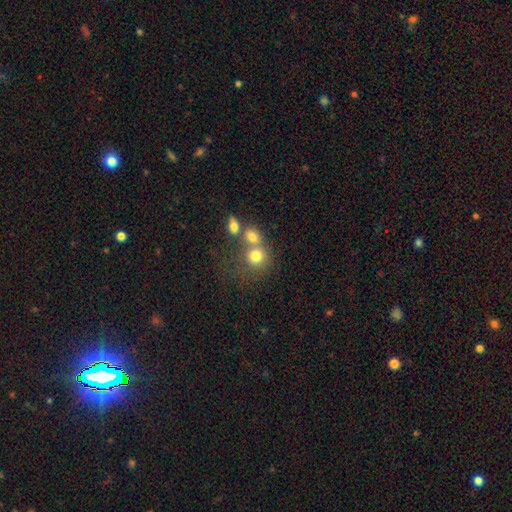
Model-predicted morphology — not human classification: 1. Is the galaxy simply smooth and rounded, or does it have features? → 75% smooth, 13% star or artifact, 12% featured or disk.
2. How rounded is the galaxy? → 79% round, 20% in between, 1% cigar-shaped.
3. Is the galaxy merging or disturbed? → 43% none (tied), 43% merger (tied), 9% minor disturbance, 6% major disturbance.